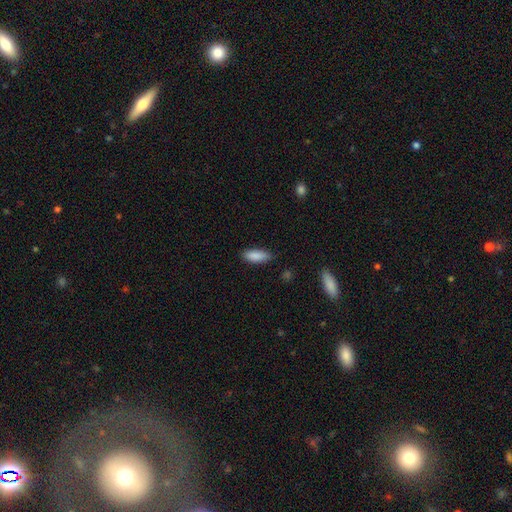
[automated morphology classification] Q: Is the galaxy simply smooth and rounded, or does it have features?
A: smooth — 88%.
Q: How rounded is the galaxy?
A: in between — 73%.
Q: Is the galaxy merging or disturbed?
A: none — 82%.